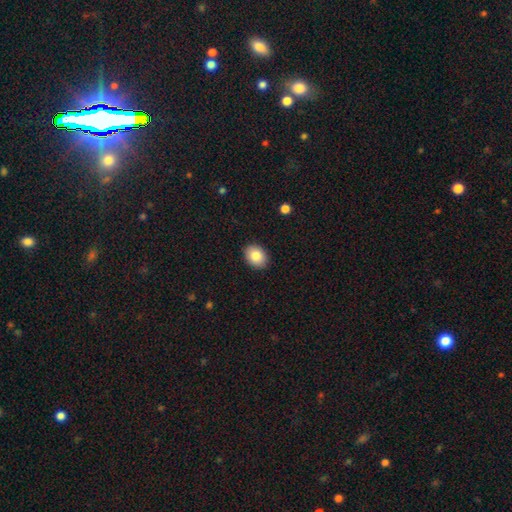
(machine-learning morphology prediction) A smooth galaxy with no disk features (84%) that is in between round and cigar-shaped (64%). Merging: none (90%).